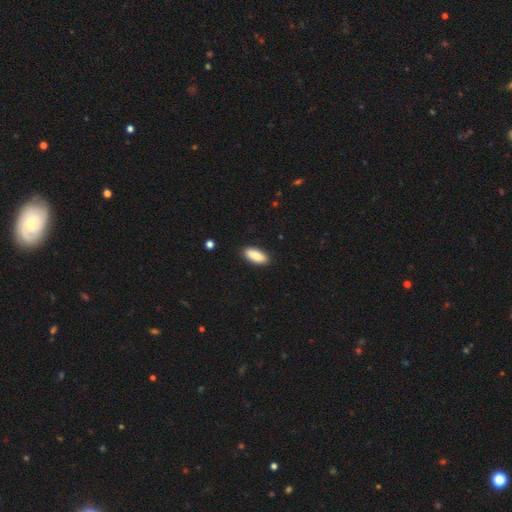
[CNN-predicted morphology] This is clearly a smooth galaxy (86%). How rounded: likely in between (78%). Merging: clearly none (89%).